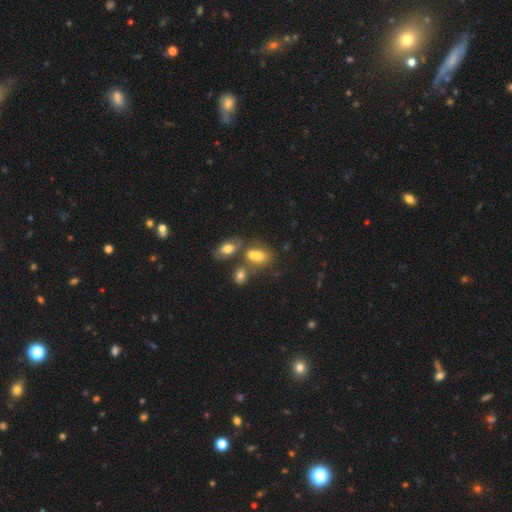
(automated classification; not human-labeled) Q: Smooth or featured?
A: smooth (67%); runner-up: featured or disk (18%)
Q: How rounded?
A: in between (82%); runner-up: round (14%)
Q: Merging?
A: none (41%); runner-up: merger (38%)